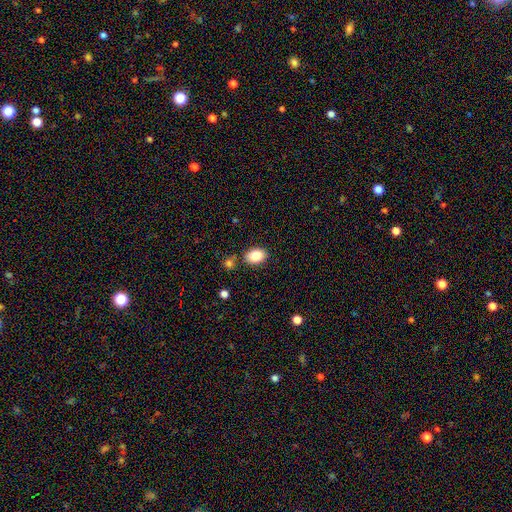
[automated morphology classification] A smooth galaxy with no disk features (87%) that is in between round and cigar-shaped (82%). Merging: none (80%).